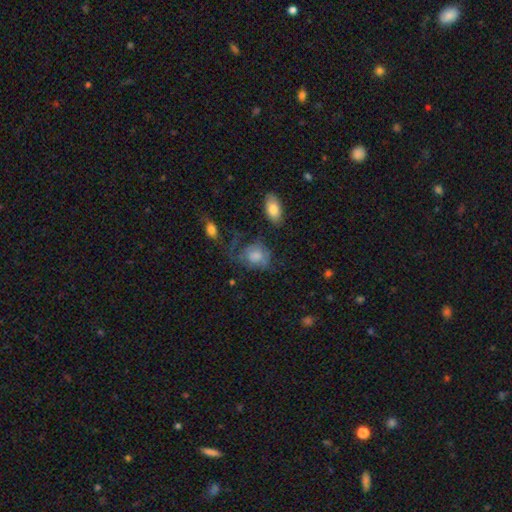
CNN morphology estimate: type=smooth (61%); roundness=in between (52%); merging=major disturbance (35%).